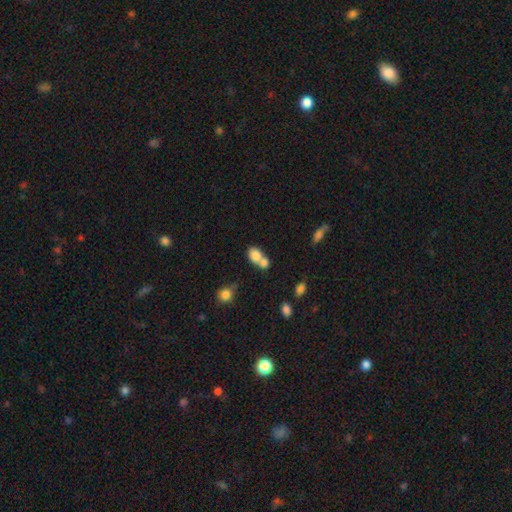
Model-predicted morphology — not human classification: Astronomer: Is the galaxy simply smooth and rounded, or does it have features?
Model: smooth — 78%.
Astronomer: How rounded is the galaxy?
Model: in between — 64%.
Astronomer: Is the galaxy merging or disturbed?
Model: merger — 62%.